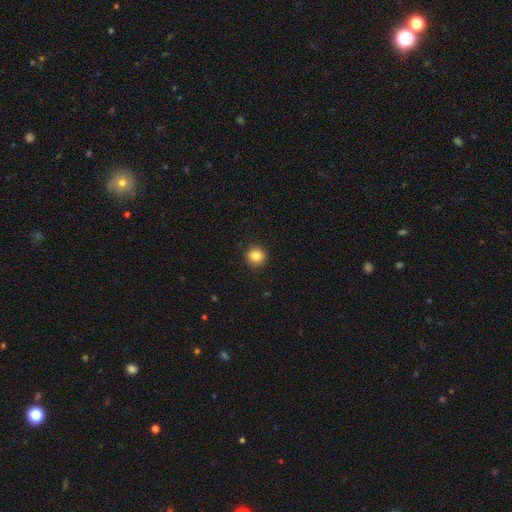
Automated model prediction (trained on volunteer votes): A smooth galaxy with no disk features (86%) that is round (93%). Merging: none (91%).